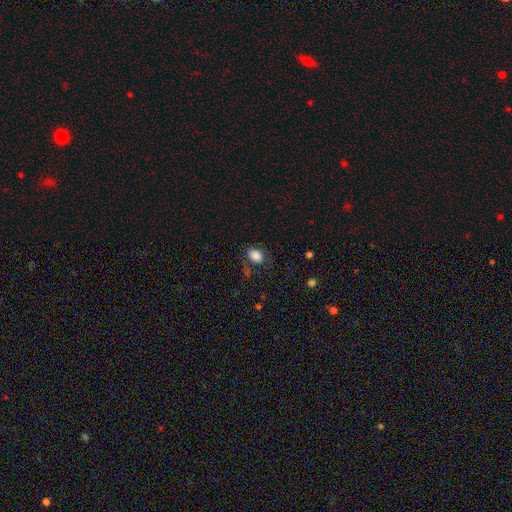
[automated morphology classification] A smooth galaxy with no disk features (83%) that is in between round and cigar-shaped (81%). Merging: none (68%).